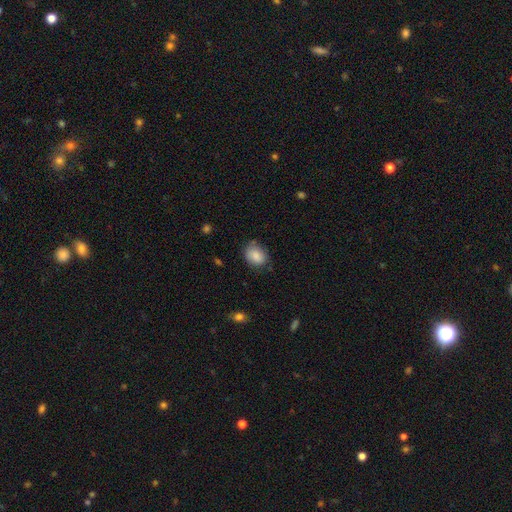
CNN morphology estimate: Overall: smooth (85%). How rounded: in between (62%; round 37%). Merging: none (71%).